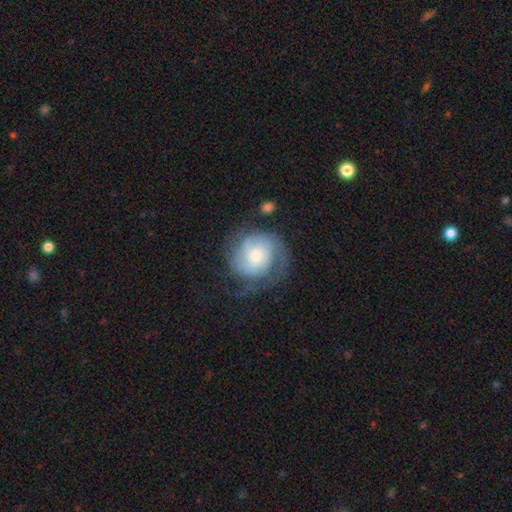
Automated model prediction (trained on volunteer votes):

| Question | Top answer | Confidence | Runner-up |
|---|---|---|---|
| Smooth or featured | featured or disk | 73% | smooth (21%) |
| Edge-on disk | no | 98% | yes (2%) |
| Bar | no | 73% | weak (23%) |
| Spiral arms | yes | 92% | no (8%) |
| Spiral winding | tight | 53% | medium (34%) |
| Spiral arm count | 2 | 41% | can't tell (25%) |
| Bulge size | moderate | 52% | small (35%) |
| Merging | none | 61% | minor disturbance (20%) |